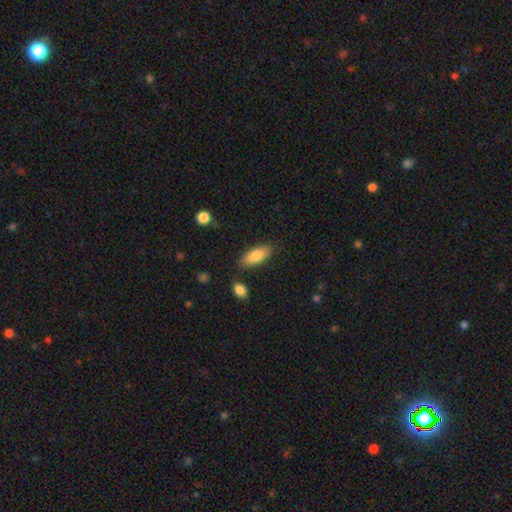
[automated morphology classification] Overall: smooth (82%). How rounded: in between (80%). Merging: none (82%).